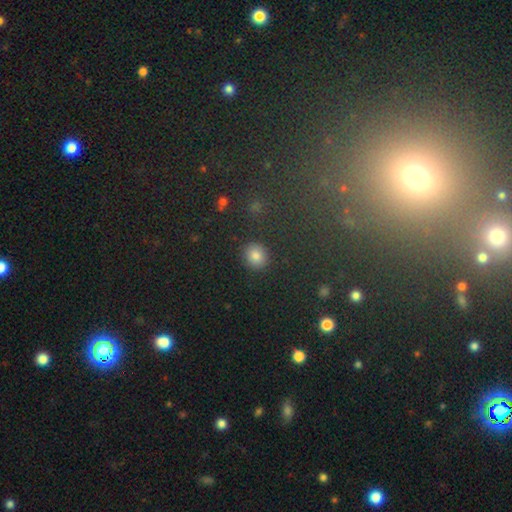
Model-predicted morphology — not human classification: smooth_or_featured: smooth (p=0.81) [alt: star or artifact p=0.13]
how_rounded: round (p=0.76) [alt: in between p=0.23]
merging: none (p=0.89) [alt: minor disturbance p=0.07]